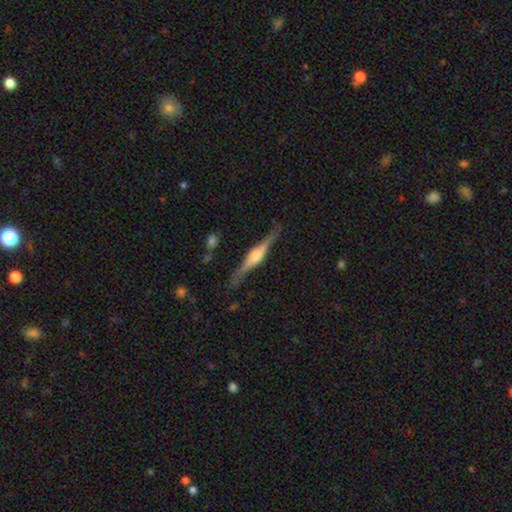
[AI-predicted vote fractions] Overall: featured or disk (81%). Edge-on disk: yes (98%). Edge-on bulge: rounded (81%). Merging: none (85%).